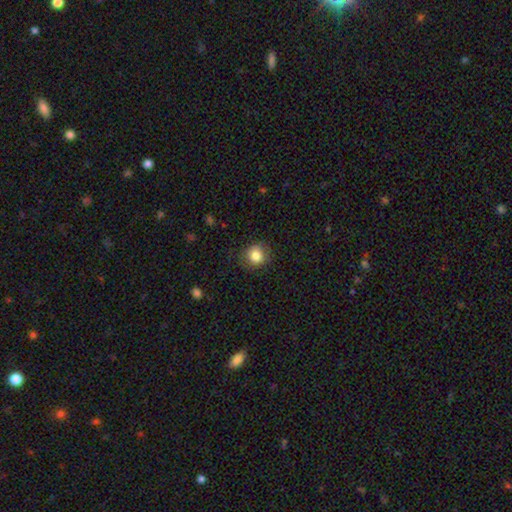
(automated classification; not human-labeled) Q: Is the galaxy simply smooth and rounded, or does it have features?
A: smooth — 83%.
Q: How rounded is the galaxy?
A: round — 84%.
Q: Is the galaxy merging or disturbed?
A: none — 82%.